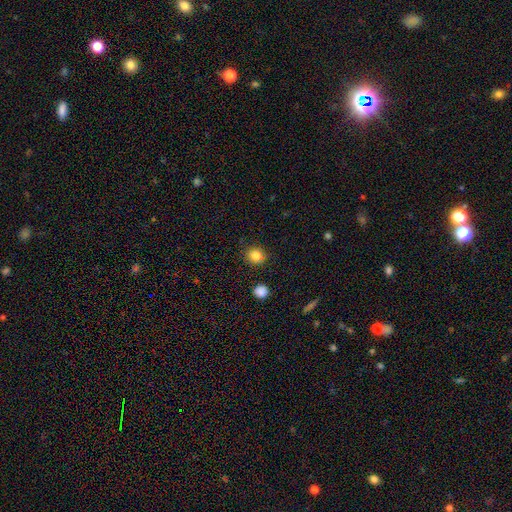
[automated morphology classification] Q: Smooth or featured?
A: smooth (82%); runner-up: star or artifact (12%)
Q: How rounded?
A: round (81%); runner-up: in between (18%)
Q: Merging?
A: none (79%); runner-up: minor disturbance (14%)